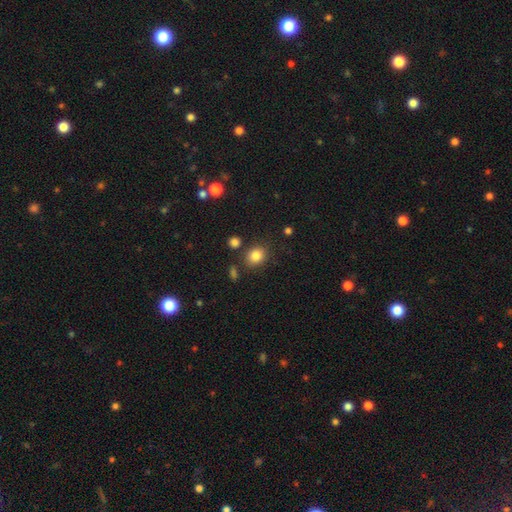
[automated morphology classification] A smooth galaxy with no disk features (84%) that is round (67%). Merging: none (80%).